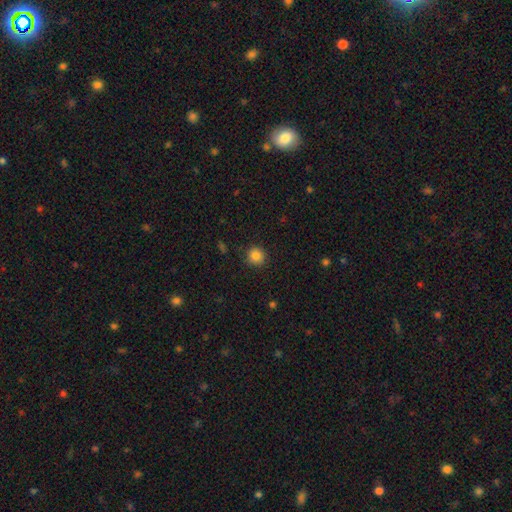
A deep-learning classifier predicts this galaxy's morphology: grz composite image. It shows a smooth galaxy with no disk features (84%) that is round (93%). Merging: none (90%).